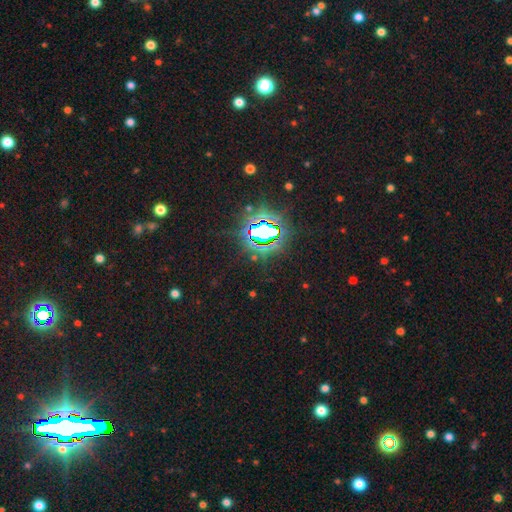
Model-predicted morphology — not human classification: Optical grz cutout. It shows a star or artifact, not a galaxy (80%).